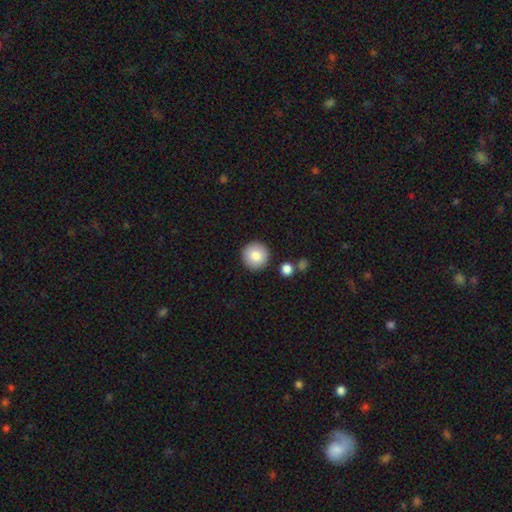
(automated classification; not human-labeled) smooth_or_featured: smooth (p=0.83) [alt: featured or disk p=0.09]
how_rounded: round (p=0.96) [alt: in between p=0.04]
merging: none (p=0.89) [alt: minor disturbance p=0.06]